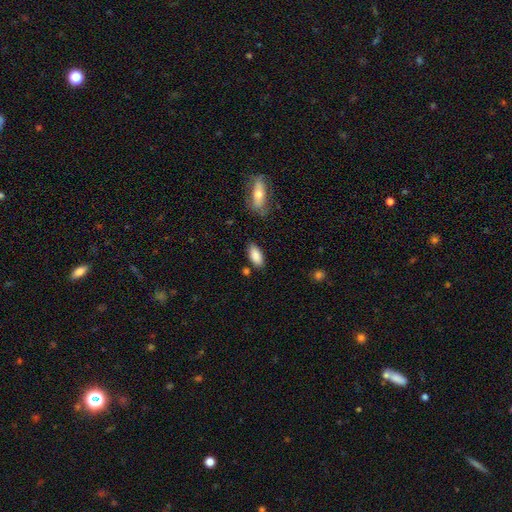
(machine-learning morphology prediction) A smooth galaxy with no disk features (88%) that is in between round and cigar-shaped (89%).

Vote fractions:
- Smooth or featured? smooth: 88% / star or artifact: 6% / featured or disk: 6%
- How rounded? in between: 89% / cigar-shaped: 9% / round: 2%
- Merging? none: 82% / minor disturbance: 12% / merger: 3% / major disturbance: 3%